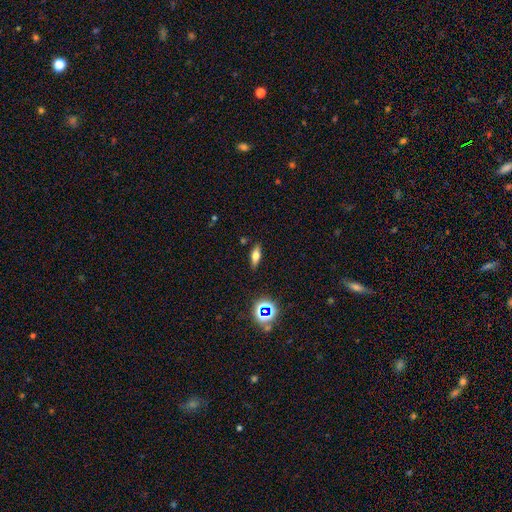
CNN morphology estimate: smooth_or_featured: smooth (p=0.57) [alt: featured or disk p=0.29]
how_rounded: in between (p=0.65) [alt: cigar-shaped p=0.30]
merging: none (p=0.86) [alt: minor disturbance p=0.09]